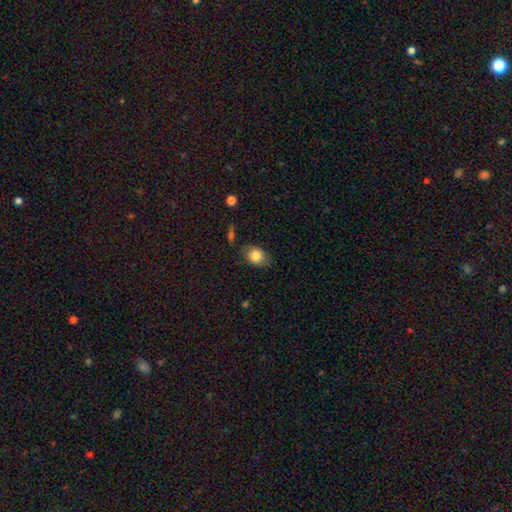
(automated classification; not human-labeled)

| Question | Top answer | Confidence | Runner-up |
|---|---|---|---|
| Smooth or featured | smooth | 81% | featured or disk (11%) |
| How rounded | in between | 71% | round (28%) |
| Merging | none | 74% | minor disturbance (18%) |